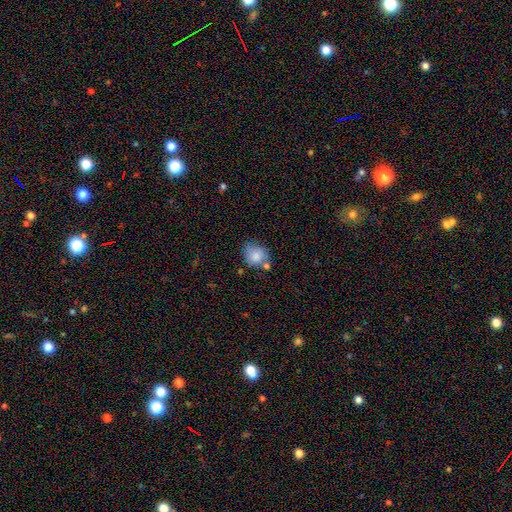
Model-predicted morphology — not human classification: Smooth or featured: smooth — 82% (featured or disk — 10%)
How rounded: round — 63% (in between — 36%)
Merging: none — 53% (minor disturbance — 23%)